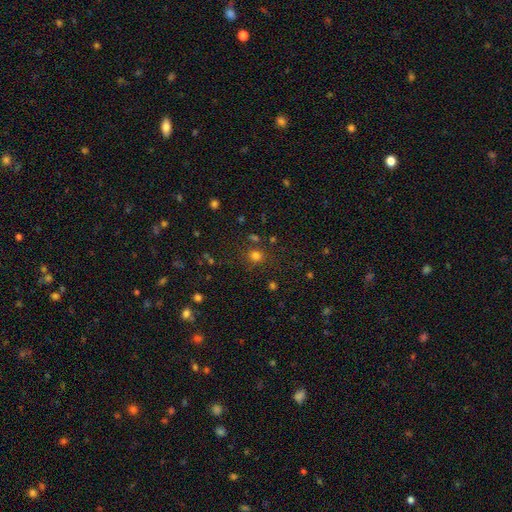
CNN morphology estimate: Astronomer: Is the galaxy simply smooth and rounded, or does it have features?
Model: smooth — 75%.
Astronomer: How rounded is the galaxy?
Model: round — 87%.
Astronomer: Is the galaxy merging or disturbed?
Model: none — 80%.